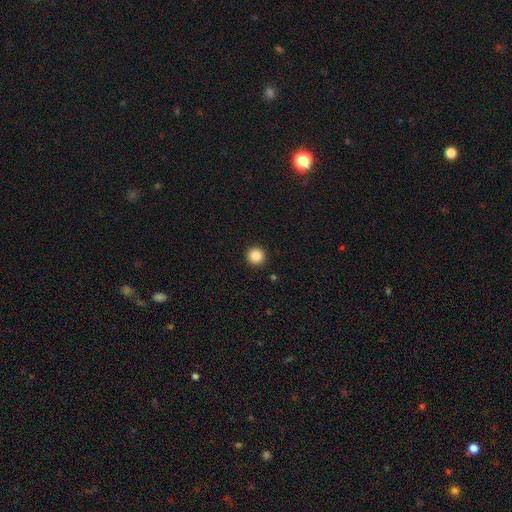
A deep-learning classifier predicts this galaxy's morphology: This appears to be a smooth galaxy with no disk features (85%) that is round (96%). Merging: none (93%).